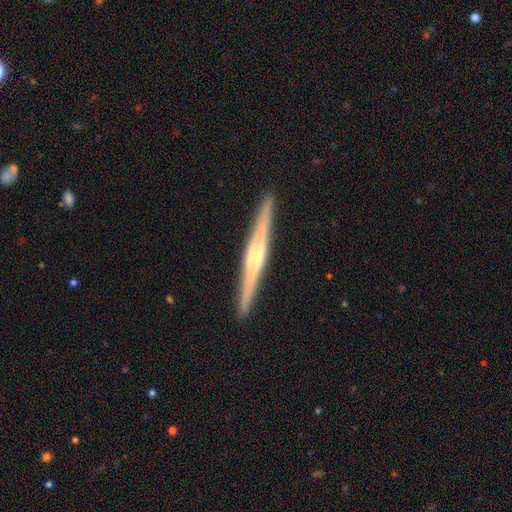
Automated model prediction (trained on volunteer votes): A featured or disk galaxy (79%) viewed edge-on (98%) with a rounded central bulge (52%).

Vote fractions:
- Smooth or featured? featured or disk: 79% / smooth: 16% / star or artifact: 5%
- Edge-on disk? yes: 98% / no: 2%
- Edge-on bulge? rounded: 52% / boxy: 31% / none: 16%
- Merging? none: 92% / minor disturbance: 6% / major disturbance: 1% / merger: 1%